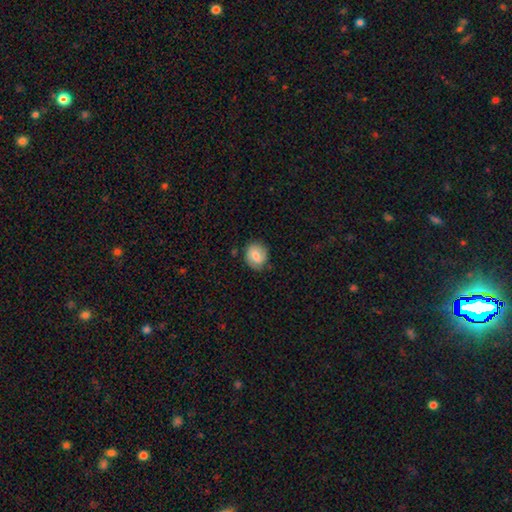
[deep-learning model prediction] The model was most divided on "how rounded": round: 74%, in between: 25%, cigar-shaped: 1%. More confident: merging — none (79%); smooth or featured — smooth (73%).